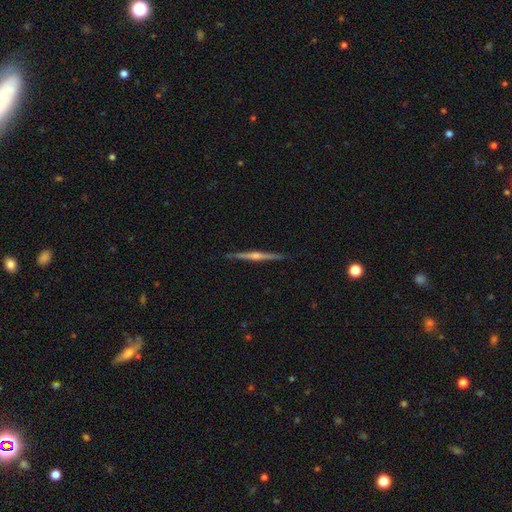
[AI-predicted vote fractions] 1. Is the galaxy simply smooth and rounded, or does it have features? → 82% featured or disk, 12% smooth, 6% star or artifact.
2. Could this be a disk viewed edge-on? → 99% yes, 1% no.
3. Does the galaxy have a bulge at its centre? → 83% rounded, 10% none, 7% boxy.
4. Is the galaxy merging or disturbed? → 92% none, 6% minor disturbance, 1% major disturbance, 1% merger.